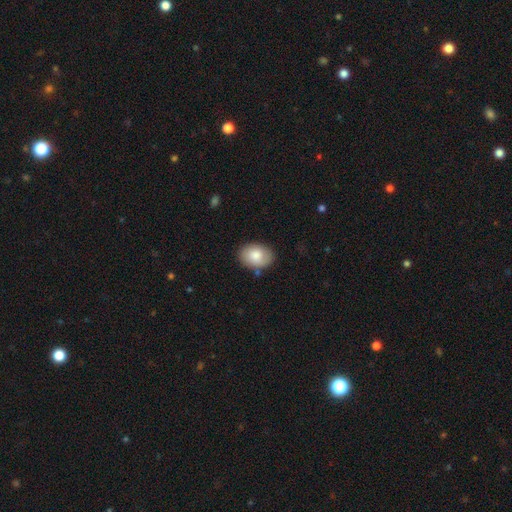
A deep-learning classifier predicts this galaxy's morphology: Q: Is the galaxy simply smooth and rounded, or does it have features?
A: smooth — 82%.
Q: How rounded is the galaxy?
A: in between — 78%.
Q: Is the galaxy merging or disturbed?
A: none — 82%.